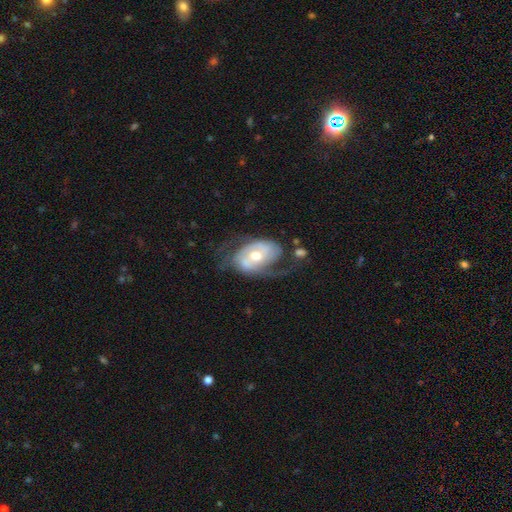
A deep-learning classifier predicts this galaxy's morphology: This appears to be a featured or disk galaxy (77%) with no bar (54%), 2 (65%) medium (39%) spiral arms (84%) and a moderate central bulge (72%). Merging: none (45%).